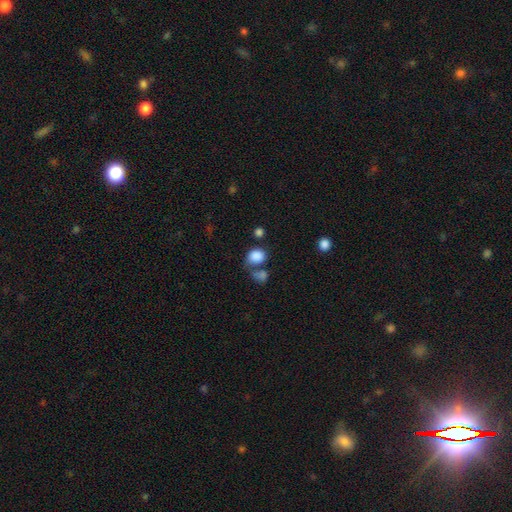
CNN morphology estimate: smooth 85%, star or artifact 9%, featured or disk 6%. Down the decision tree: how rounded — round (64%); merging — none (50%).